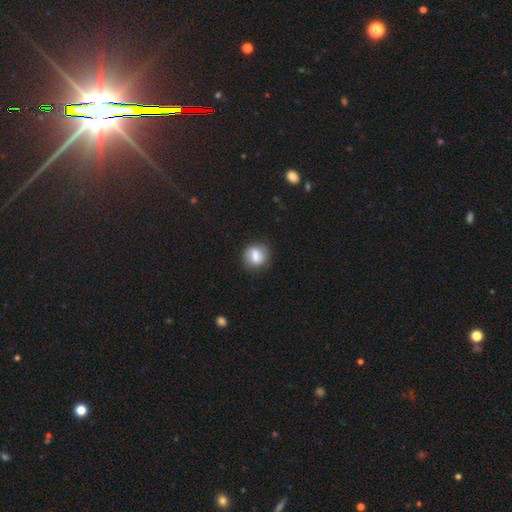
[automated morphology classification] Smooth or featured? Predicted: smooth (p=0.70). How rounded? Predicted: round (p=0.75). Merging? Predicted: none (p=0.77).